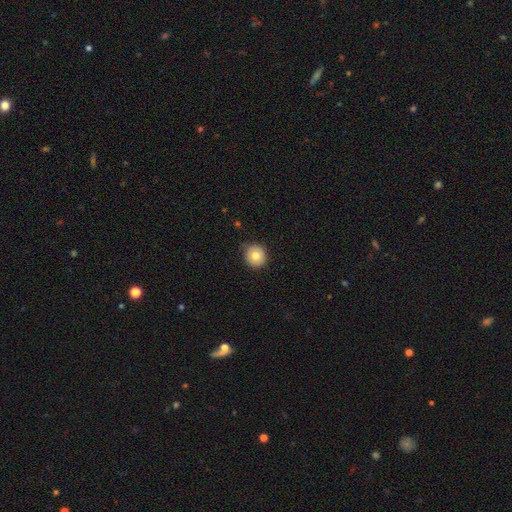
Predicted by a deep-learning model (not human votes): Overall: smooth (76%). How rounded: round (93%). Merging: none (84%).